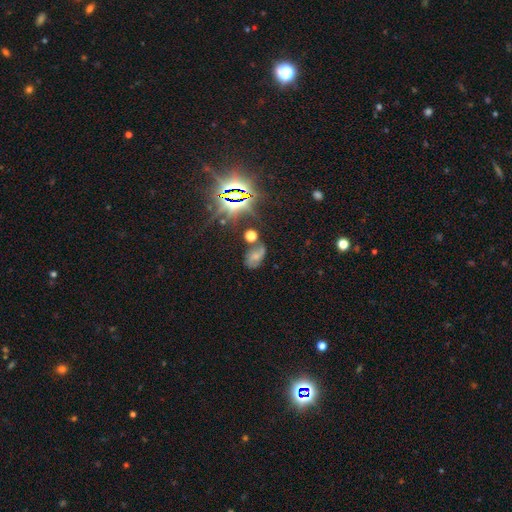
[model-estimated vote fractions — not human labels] This is marginally a featured or disk galaxy (39%). Merging: possibly none (59%).